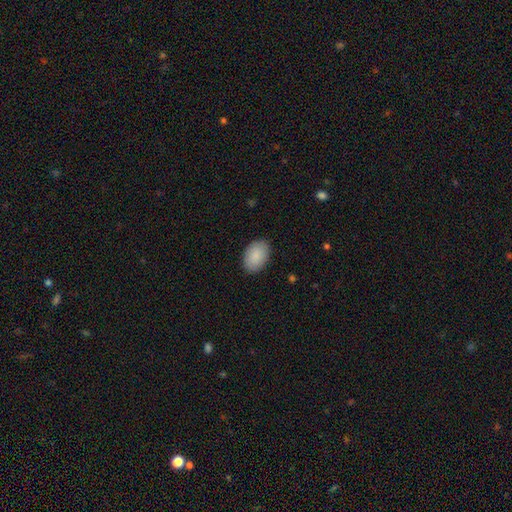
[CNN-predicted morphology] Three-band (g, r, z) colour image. It shows a smooth galaxy with no disk features (89%) that is in between round and cigar-shaped (89%). Merging: none (88%).